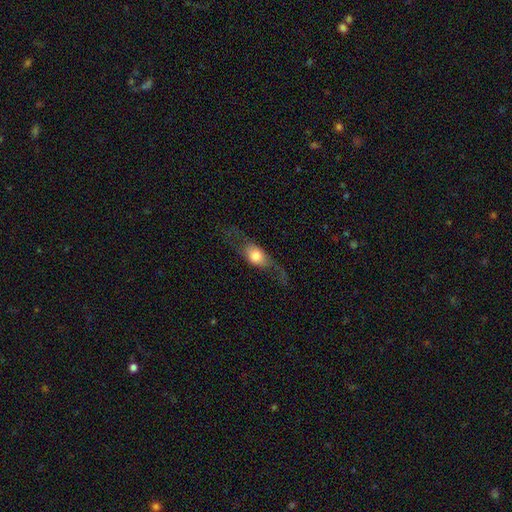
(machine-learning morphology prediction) This is possibly a featured or disk galaxy (49%). Merging: possibly none (54%).